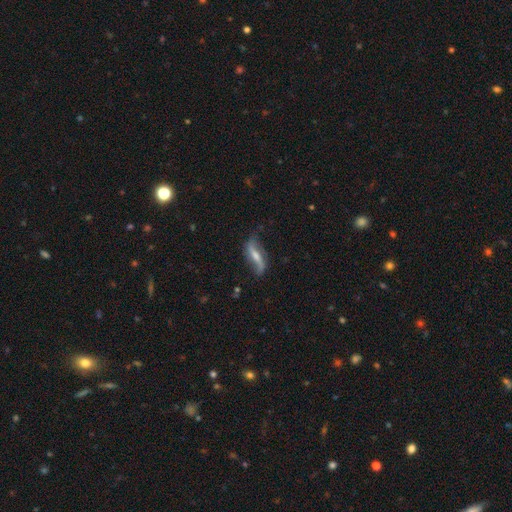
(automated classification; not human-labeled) A featured or disk galaxy (70%) with a strong bar (45%), spiral arms (87%) and a moderate central bulge (45%).

Vote fractions:
- Smooth or featured? featured or disk: 70% / smooth: 23% / star or artifact: 7%
- Edge-on disk? no: 78% / yes: 22%
- Bar? strong: 45% / weak: 33% / no: 22%
- Spiral arms? yes: 87% / no: 13%
- Bulge size? moderate: 45% / small: 37% / none: 11% / large: 6% / dominant: 2%
- Merging? none: 64% / minor disturbance: 24% / major disturbance: 9% / merger: 3%